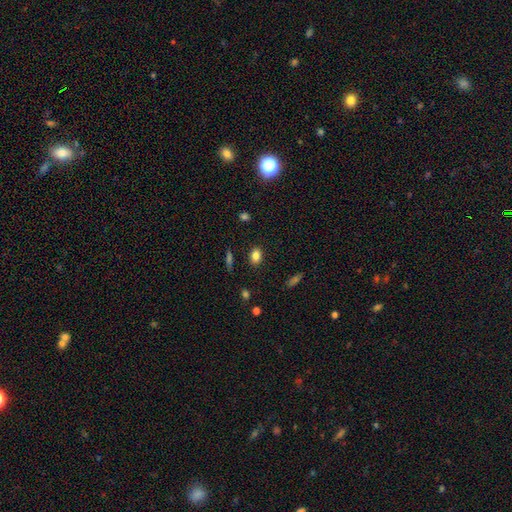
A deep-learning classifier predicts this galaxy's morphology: Smooth or featured: smooth — 82% (star or artifact — 10%)
How rounded: in between — 78% (round — 20%)
Merging: none — 87% (minor disturbance — 9%)